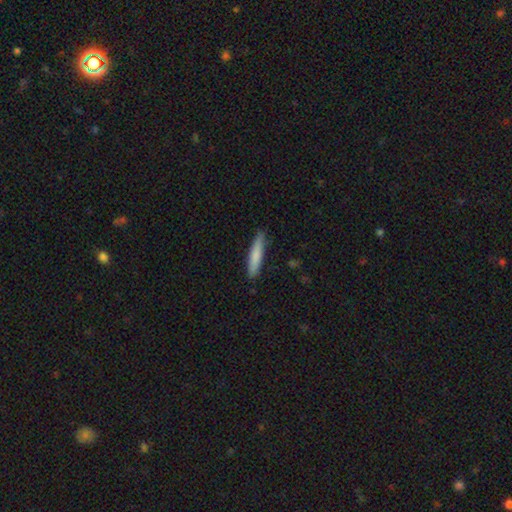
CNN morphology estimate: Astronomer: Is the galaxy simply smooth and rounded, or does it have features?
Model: smooth — 79%.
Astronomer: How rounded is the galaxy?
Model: cigar-shaped — 89%.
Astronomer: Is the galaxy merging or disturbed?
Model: none — 85%.